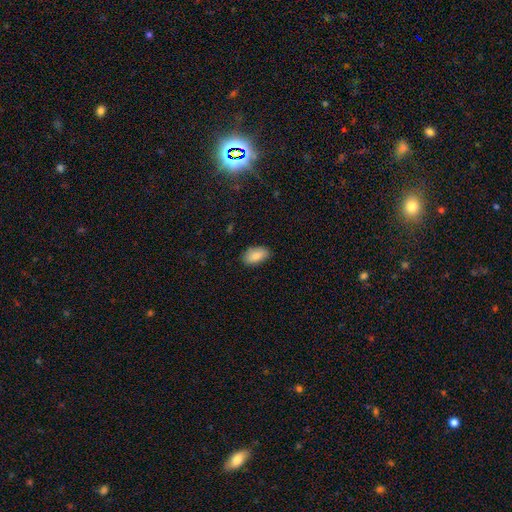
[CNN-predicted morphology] Overall: smooth (84%). How rounded: in between (94%). Merging: none (86%).